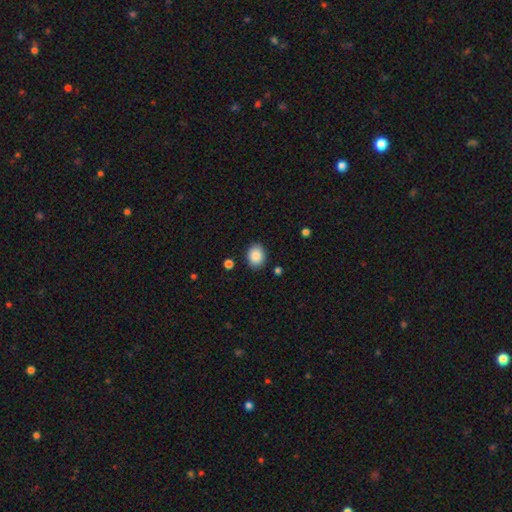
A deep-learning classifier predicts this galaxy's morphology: This is clearly a smooth galaxy (88%). How rounded: possibly in between (51%). Merging: clearly none (86%).